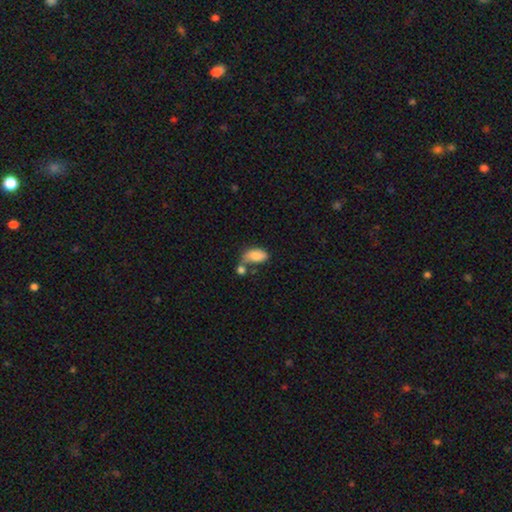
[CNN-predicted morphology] smooth-or-featured: smooth: 82% | featured or disk: 10% | star or artifact: 8%
  how-rounded: in between: 92% | round: 5% | cigar-shaped: 3%
  merging: merger: 37% | none: 34% | minor disturbance: 18% | major disturbance: 11%